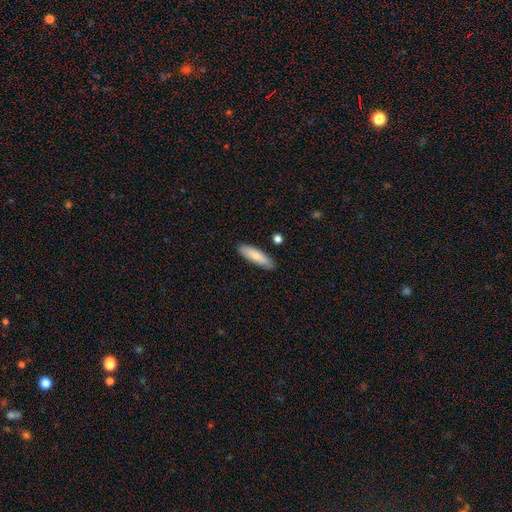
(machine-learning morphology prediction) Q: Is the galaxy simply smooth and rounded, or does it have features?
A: smooth — 79%.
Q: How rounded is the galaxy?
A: cigar-shaped — 61%.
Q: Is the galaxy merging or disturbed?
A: none — 86%.